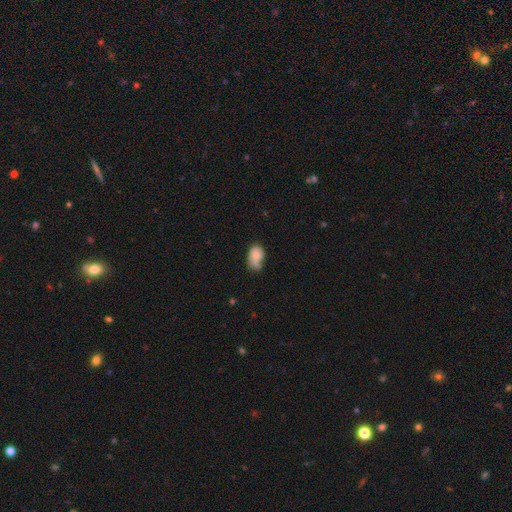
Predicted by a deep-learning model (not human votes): Smooth or featured: smooth — 71% (featured or disk — 21%)
How rounded: in between — 86% (round — 12%)
Merging: minor disturbance — 36% (none — 33%)